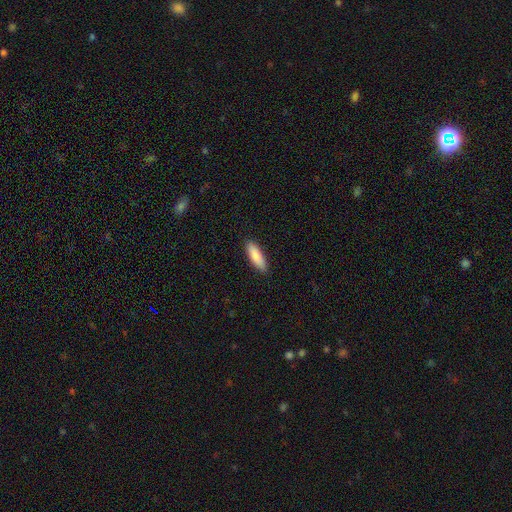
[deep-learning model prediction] Q: Smooth or featured?
A: smooth (85%); runner-up: featured or disk (9%)
Q: How rounded?
A: cigar-shaped (50%); runner-up: in between (49%)
Q: Merging?
A: none (89%); runner-up: minor disturbance (8%)